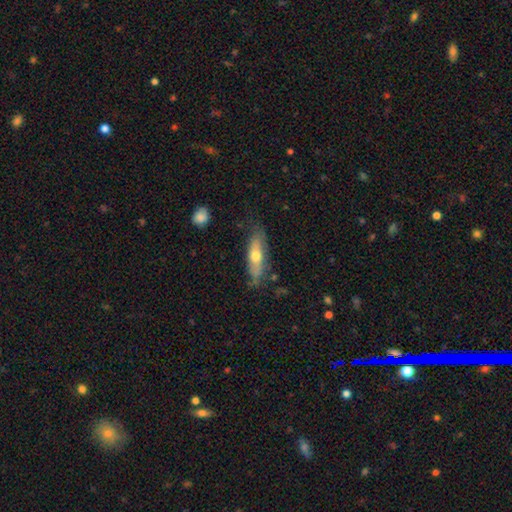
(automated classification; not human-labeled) Smooth or featured: smooth — 52% (featured or disk — 41%)
How rounded: cigar-shaped — 55% (in between — 42%)
Merging: none — 71% (minor disturbance — 21%)